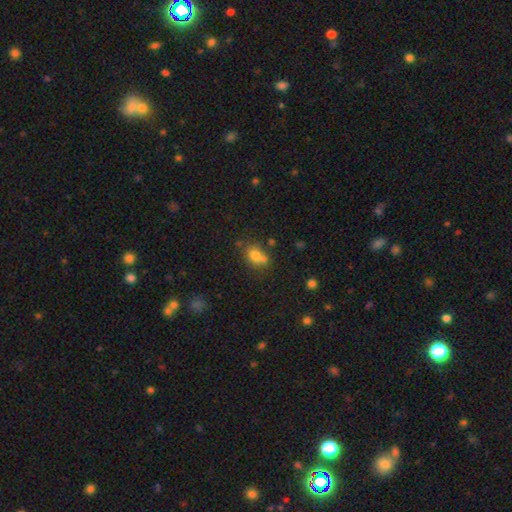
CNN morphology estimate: type=smooth (76%); roundness=in between (54%); merging=none (49%).